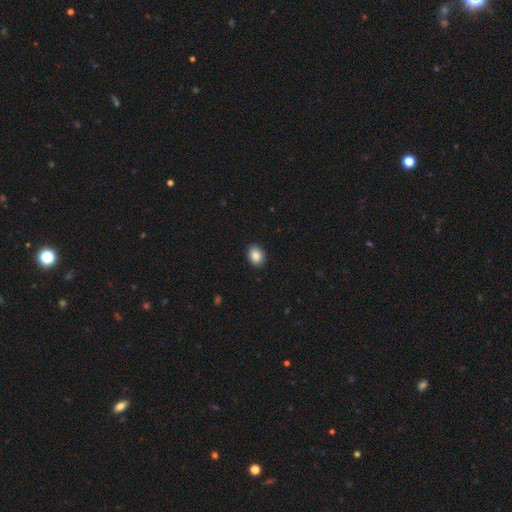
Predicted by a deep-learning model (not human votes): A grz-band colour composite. It shows a smooth galaxy with no disk features (86%) that is in between round and cigar-shaped (61%). Merging: none (90%).